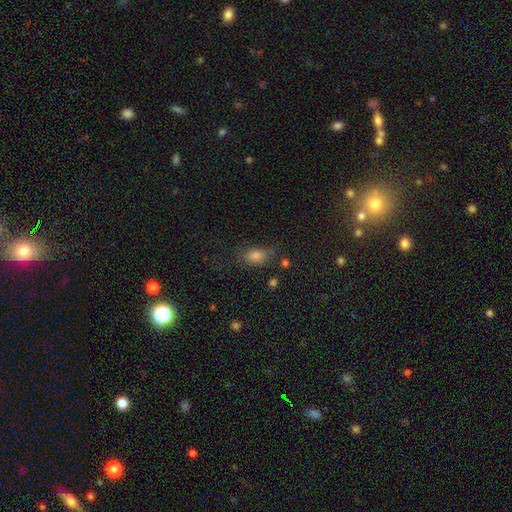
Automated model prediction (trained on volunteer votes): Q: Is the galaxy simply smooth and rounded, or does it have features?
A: smooth — 75%.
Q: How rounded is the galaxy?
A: in between — 78%.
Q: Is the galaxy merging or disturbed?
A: none — 69%.